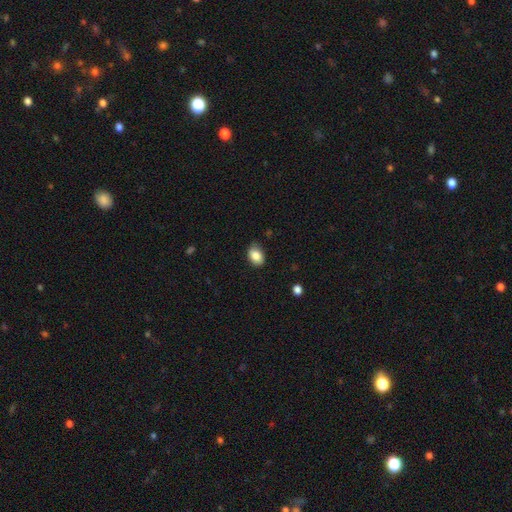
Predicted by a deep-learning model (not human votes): The model was most divided on "merging": none: 75%, minor disturbance: 20%, major disturbance: 3%, merger: 1%. More confident: smooth or featured — smooth (86%); how rounded — in between (80%).